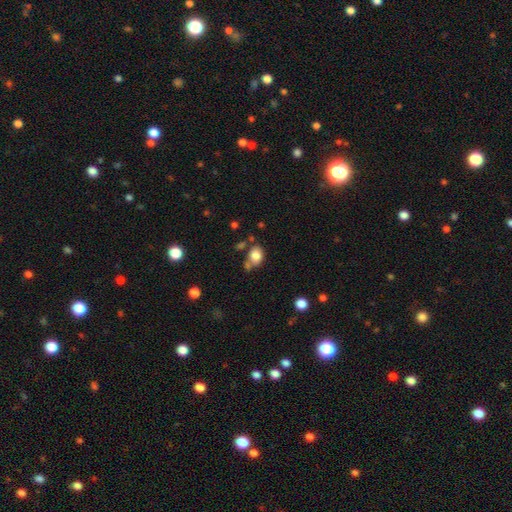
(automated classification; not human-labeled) Overall: smooth (81%). How rounded: in between (63%; round 36%). Merging: none (53%; minor disturbance 21%).